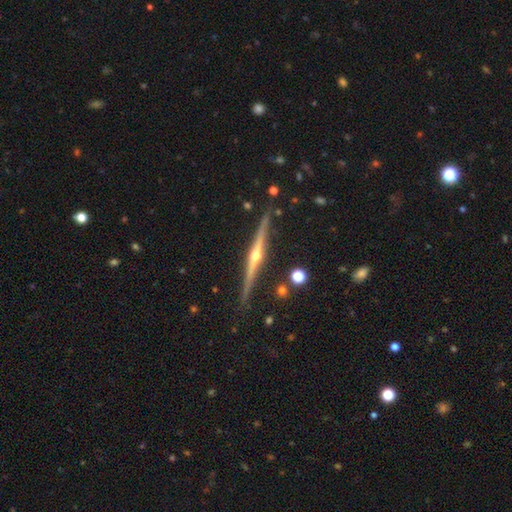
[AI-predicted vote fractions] This is clearly a featured or disk galaxy (85%). It is clearly viewed edge-on (98%). Edge-on bulge: clearly rounded (92%). Merging: clearly none (88%).